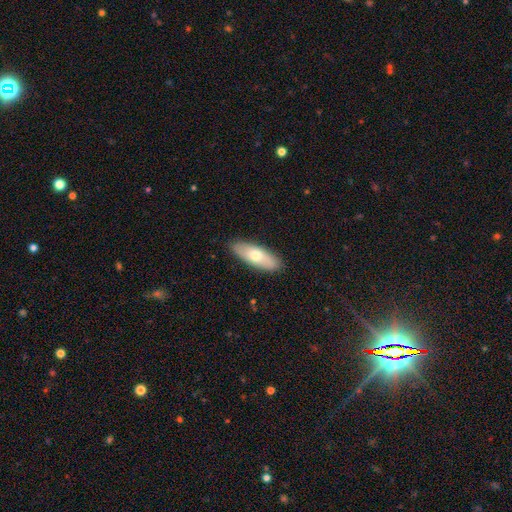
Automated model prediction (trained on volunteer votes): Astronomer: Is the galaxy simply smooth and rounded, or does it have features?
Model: smooth — 67%.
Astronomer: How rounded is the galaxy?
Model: in between — 63%.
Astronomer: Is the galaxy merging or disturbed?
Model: none — 88%.